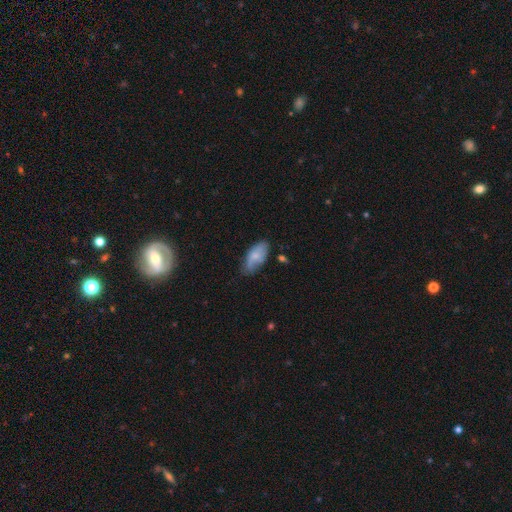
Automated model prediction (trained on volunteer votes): A smooth galaxy with no disk features (71%) that is in between round and cigar-shaped (90%).

Vote fractions:
- Smooth or featured? smooth: 71% / featured or disk: 22% / star or artifact: 7%
- How rounded? in between: 90% / cigar-shaped: 8% / round: 2%
- Merging? none: 56% / minor disturbance: 32% / major disturbance: 8% / merger: 4%